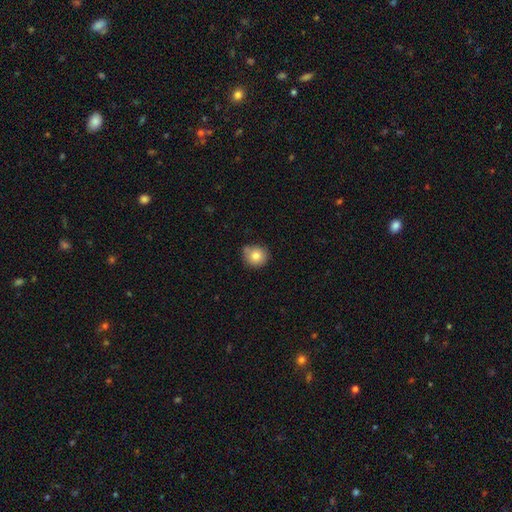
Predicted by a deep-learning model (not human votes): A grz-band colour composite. It shows a smooth galaxy with no disk features (81%) that is round (87%). Merging: none (70%).